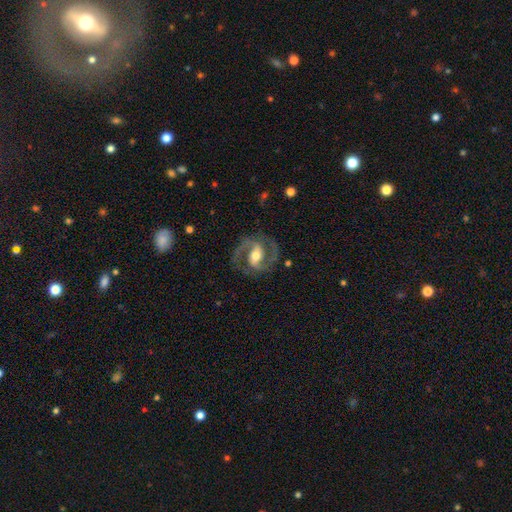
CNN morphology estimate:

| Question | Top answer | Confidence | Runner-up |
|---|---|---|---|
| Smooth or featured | featured or disk | 90% | smooth (6%) |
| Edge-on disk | no | 97% | yes (3%) |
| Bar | weak | 40% | tied: strong (40%) |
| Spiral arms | yes | 97% | no (3%) |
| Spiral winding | medium | 65% | tight (20%) |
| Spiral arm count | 2 | 93% | 3 (2%) |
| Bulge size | moderate | 68% | small (19%) |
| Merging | none | 82% | minor disturbance (11%) |